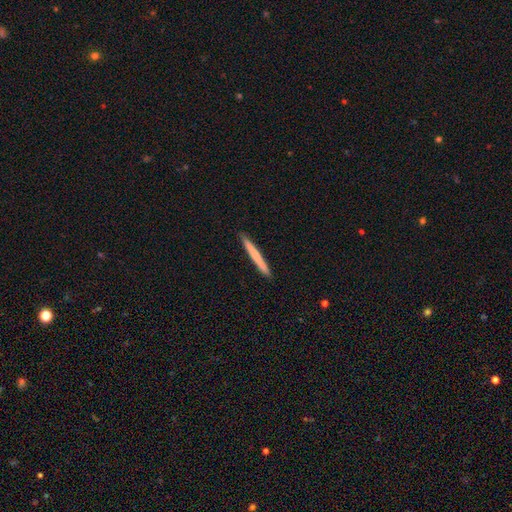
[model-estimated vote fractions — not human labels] Smooth or featured? smooth (65%)
How rounded? cigar-shaped (97%)
Merging? none (92%)